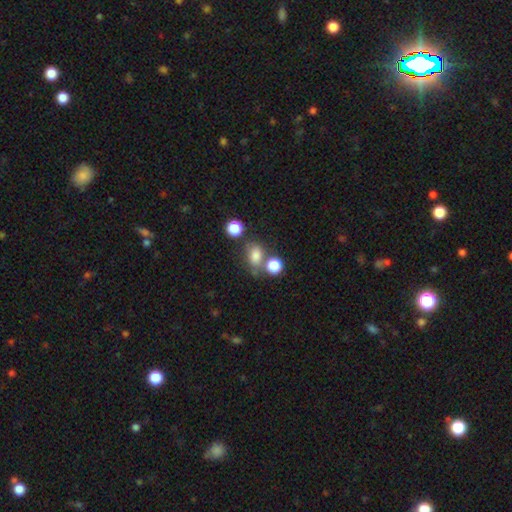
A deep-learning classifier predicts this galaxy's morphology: Smooth or featured? smooth (77%)
How rounded? in between (66%)
Merging? none (55%)